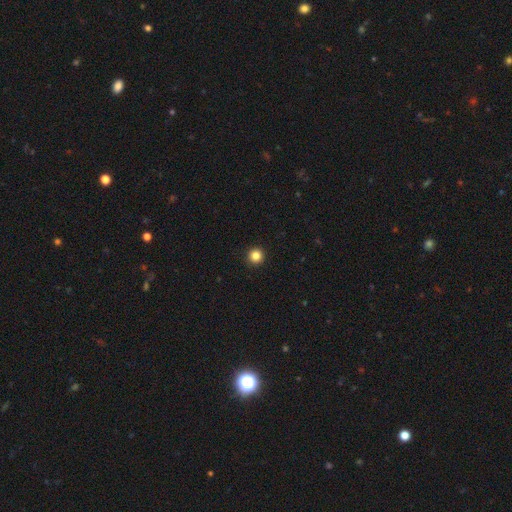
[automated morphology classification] This appears to be a smooth galaxy with no disk features (84%) that is round (96%). Merging: none (94%).